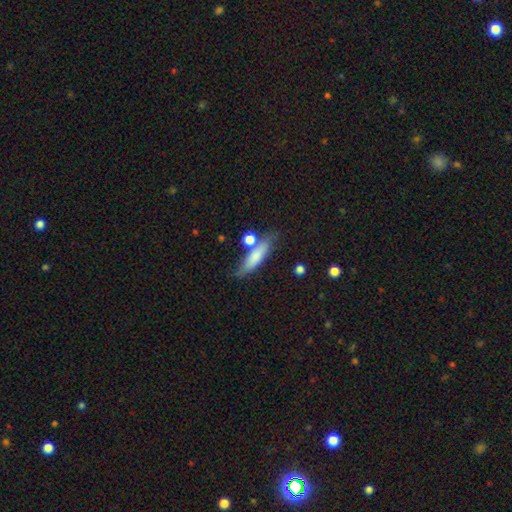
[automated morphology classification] A smooth galaxy with no disk features (73%) that is cigar-shaped (62%).

Vote fractions:
- Smooth or featured? smooth: 73% / featured or disk: 19% / star or artifact: 7%
- How rounded? cigar-shaped: 62% / in between: 34% / round: 3%
- Merging? none: 62% / minor disturbance: 18% / merger: 14% / major disturbance: 6%